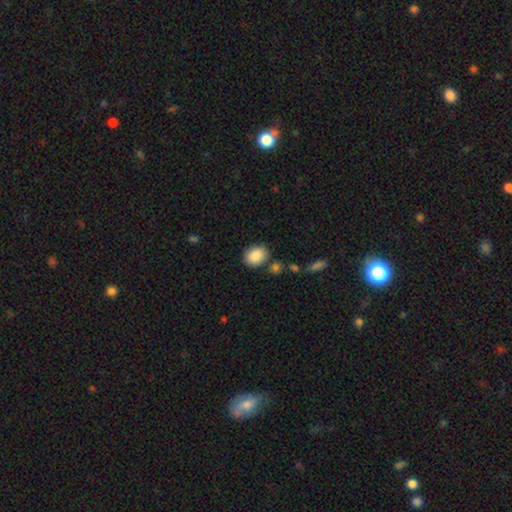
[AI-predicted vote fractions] Smooth or featured? smooth (88%)
How rounded? round (54%)
Merging? none (76%)